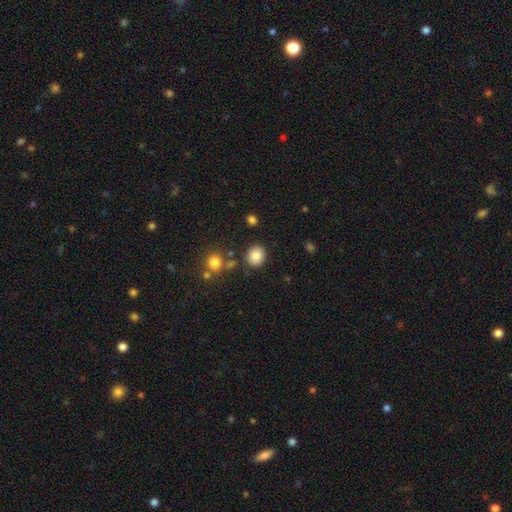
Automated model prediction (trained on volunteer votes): A smooth galaxy with no disk features (84%) that is round (77%).

Vote fractions:
- Smooth or featured? smooth: 84% / star or artifact: 10% / featured or disk: 7%
- How rounded? round: 77% / in between: 22% / cigar-shaped: 1%
- Merging? none: 86% / minor disturbance: 8% / merger: 4% / major disturbance: 3%